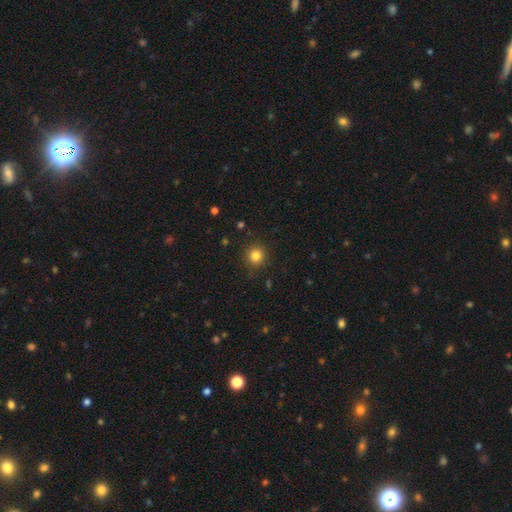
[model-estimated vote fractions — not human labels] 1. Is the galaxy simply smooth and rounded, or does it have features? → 83% smooth, 12% star or artifact, 5% featured or disk.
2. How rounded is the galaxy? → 92% round, 7% in between, 1% cigar-shaped.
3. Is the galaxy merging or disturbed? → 89% none, 8% minor disturbance, 3% major disturbance, 1% merger.